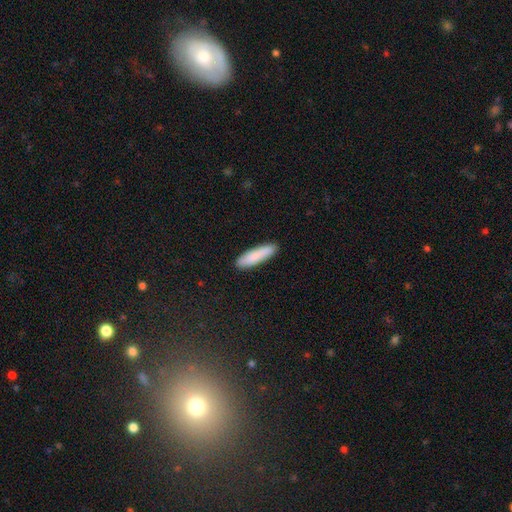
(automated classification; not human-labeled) Overall: smooth (87%). How rounded: cigar-shaped (76%). Merging: none (90%).